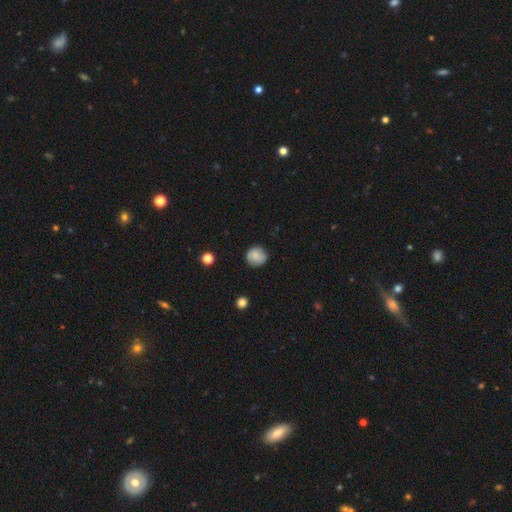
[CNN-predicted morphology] A smooth galaxy with no disk features (77%) that is round (88%). Merging: none (84%).